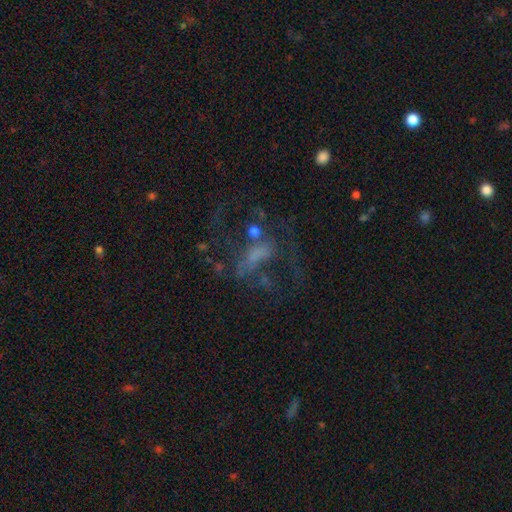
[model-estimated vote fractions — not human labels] A featured or disk galaxy (54%) with no bar (66%), no spiral arms (64%) and no central bulge (54%).

Vote fractions:
- Smooth or featured? featured or disk: 54% / star or artifact: 24% / smooth: 23%
- Edge-on disk? no: 95% / yes: 5%
- Bar? no: 66% / weak: 24% / strong: 10%
- Spiral arms? no: 64% / yes: 36%
- Bulge size? none: 54% / small: 23% / moderate: 17% / large: 4% / dominant: 2%
- Merging? major disturbance: 42% / none: 35% / minor disturbance: 14% / merger: 8%